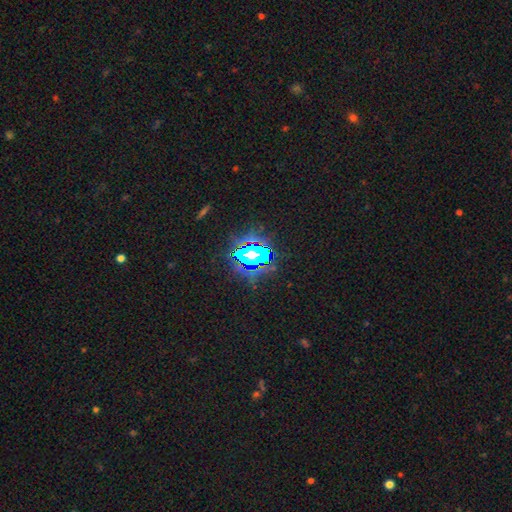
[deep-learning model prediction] Q: Smooth or featured?
A: star or artifact (58%); runner-up: smooth (25%)